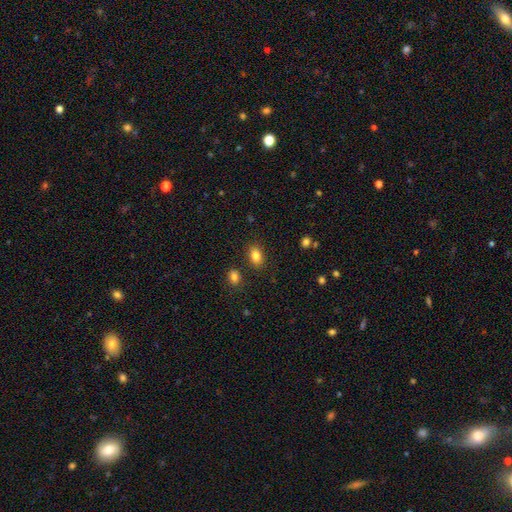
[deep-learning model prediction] Smooth or featured? smooth (83%)
How rounded? in between (78%)
Merging? none (84%)